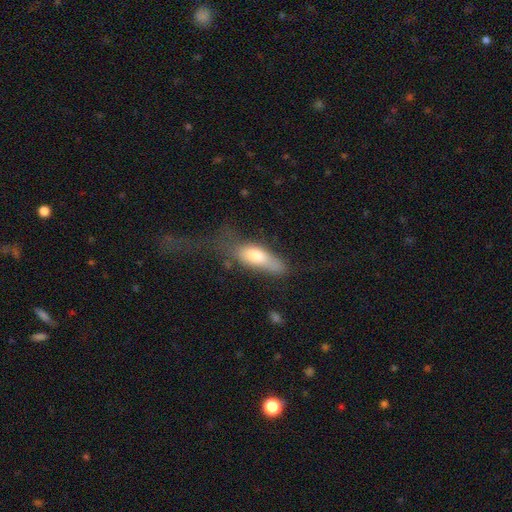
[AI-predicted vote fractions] Smooth or featured? Predicted: smooth (p=0.72). How rounded? Predicted: in between (p=0.67). Merging? Predicted: major disturbance (p=0.36).